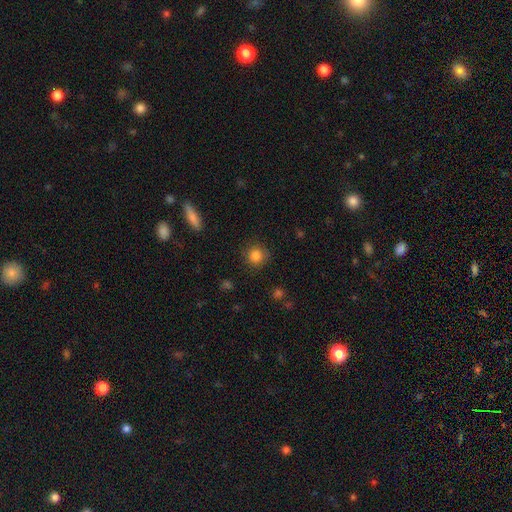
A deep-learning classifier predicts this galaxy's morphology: Smooth or featured?
  - smooth: 84% *
  - star or artifact: 11%
  - featured or disk: 5%
How rounded?
  - round: 92% *
  - in between: 7%
  - cigar-shaped: 1%
Merging?
  - none: 87% *
  - minor disturbance: 9%
  - major disturbance: 3%
  - merger: 1%